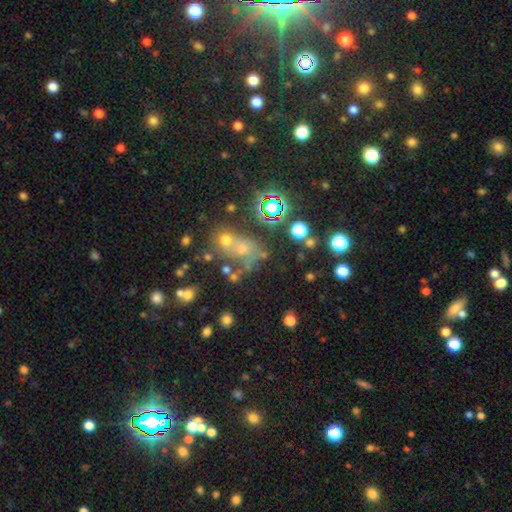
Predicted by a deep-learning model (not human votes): smooth-or-featured: star or artifact: 43% | smooth: 40% | featured or disk: 17%